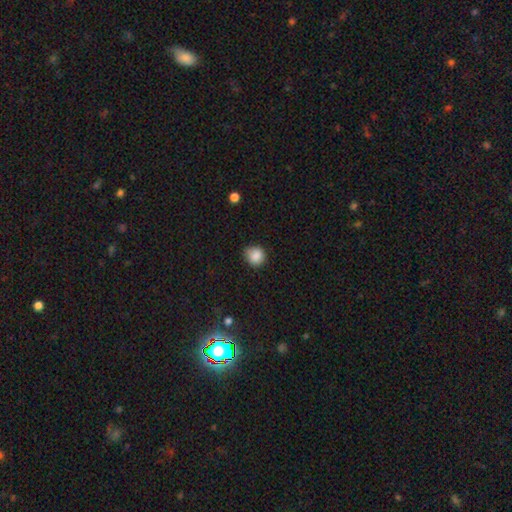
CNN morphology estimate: smooth 87%, star or artifact 9%, featured or disk 4%. Down the decision tree: how rounded — round (85%); merging — none (78%).